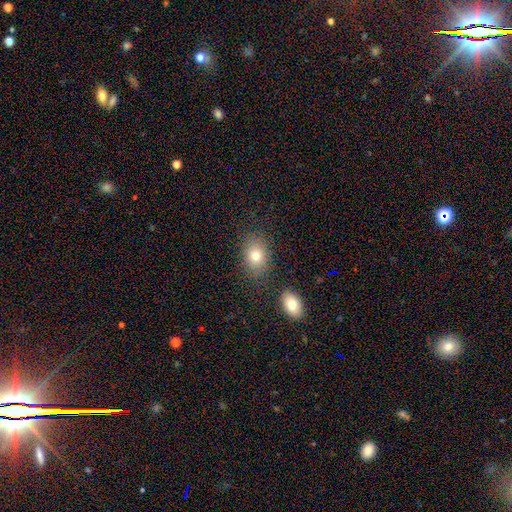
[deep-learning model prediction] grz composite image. It shows a smooth galaxy with no disk features (77%) that is in between round and cigar-shaped (66%). Merging: none (79%).